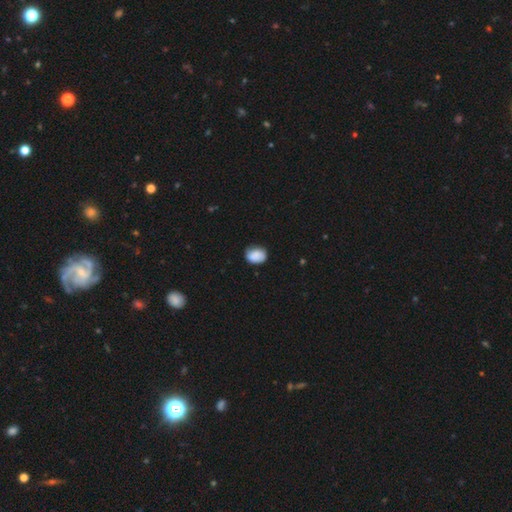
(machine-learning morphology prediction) smooth_or_featured: smooth (p=0.86) [alt: star or artifact p=0.08]
how_rounded: in between (p=0.61) [alt: round p=0.38]
merging: none (p=0.71) [alt: minor disturbance p=0.24]